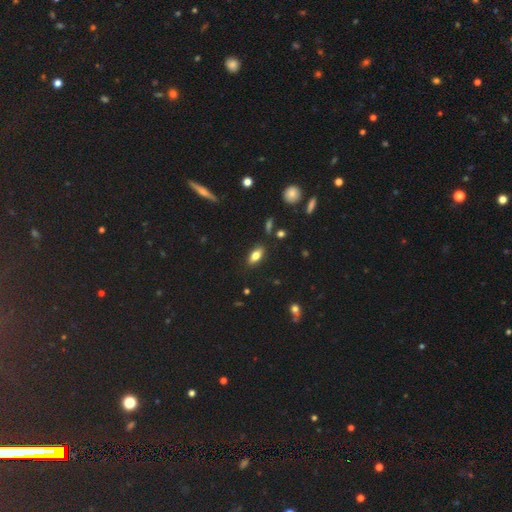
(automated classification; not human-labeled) Q: Smooth or featured?
A: smooth (79%); runner-up: featured or disk (12%)
Q: How rounded?
A: in between (85%); runner-up: cigar-shaped (11%)
Q: Merging?
A: none (85%); runner-up: minor disturbance (11%)